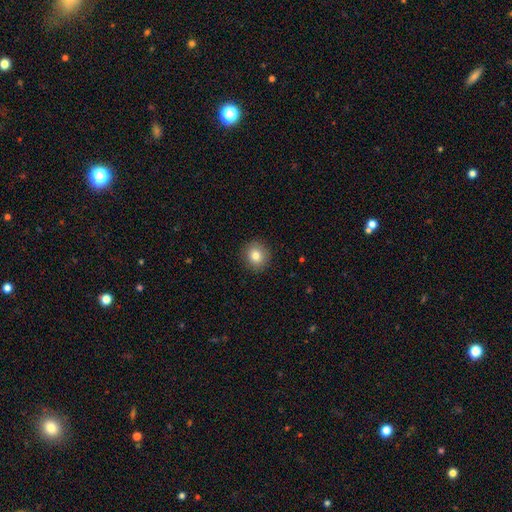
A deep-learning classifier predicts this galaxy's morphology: Overall: smooth (80%). How rounded: round (90%). Merging: none (91%).